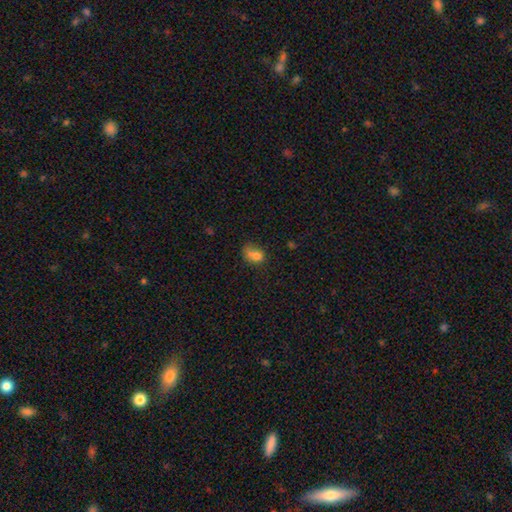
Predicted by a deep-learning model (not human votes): This is likely a smooth galaxy (75%). How rounded: likely in between (65%). Merging: marginally none (32%).